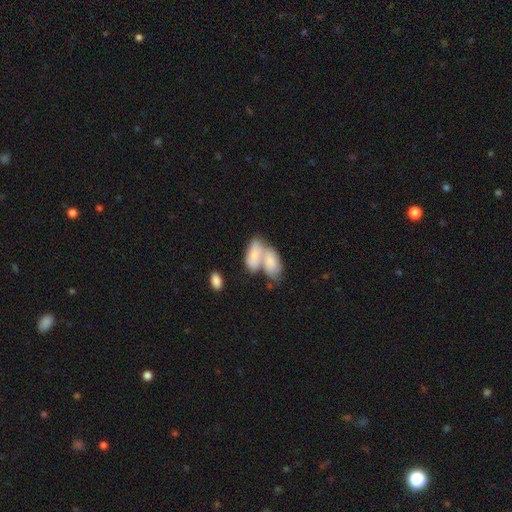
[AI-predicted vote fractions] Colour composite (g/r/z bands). It shows a smooth galaxy with no disk features (66%) that is in between round and cigar-shaped (91%). Merging: merger (71%).